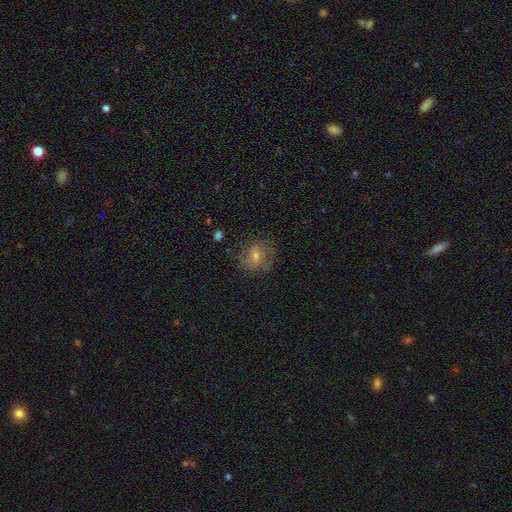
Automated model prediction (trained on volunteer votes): Q: Smooth or featured?
A: featured or disk (44%); runner-up: smooth (40%)
Q: Merging?
A: none (70%); runner-up: minor disturbance (18%)